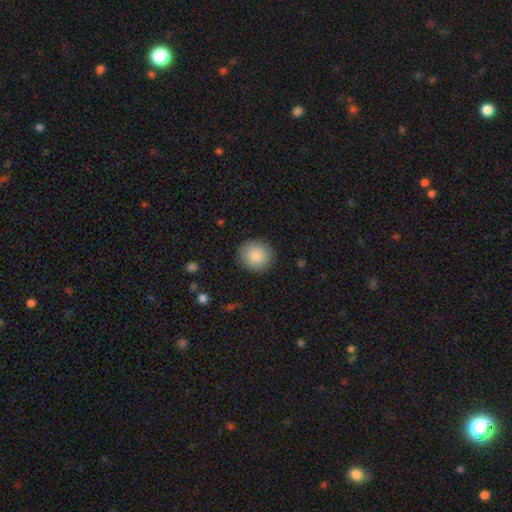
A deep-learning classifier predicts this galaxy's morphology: A smooth galaxy with no disk features (87%) that is round (86%).

Vote fractions:
- Smooth or featured? smooth: 87% / star or artifact: 7% / featured or disk: 5%
- How rounded? round: 86% / in between: 13% / cigar-shaped: 1%
- Merging? none: 89% / minor disturbance: 8% / major disturbance: 2% / merger: 1%